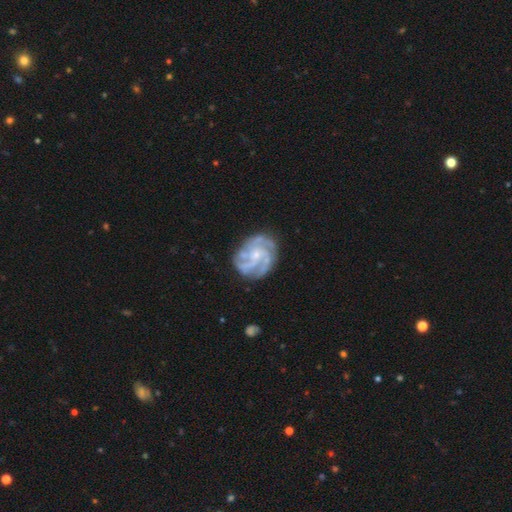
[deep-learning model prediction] Morphology: type=featured or disk (88%); edge-on=no (98%); bar=no (68%); spiral arms=yes (97%); winding=tight (52%); arm count=4 (39%); bulge=small (72%); merging=none (76%).